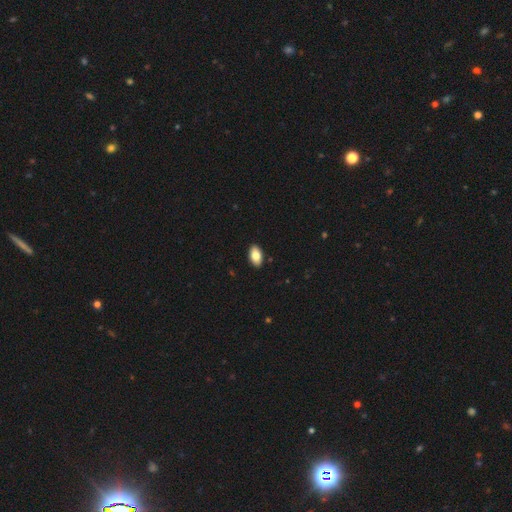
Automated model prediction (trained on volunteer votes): smooth_or_featured: smooth (p=0.83) [alt: featured or disk p=0.10]
how_rounded: in between (p=0.94) [alt: round p=0.04]
merging: none (p=0.91) [alt: minor disturbance p=0.07]